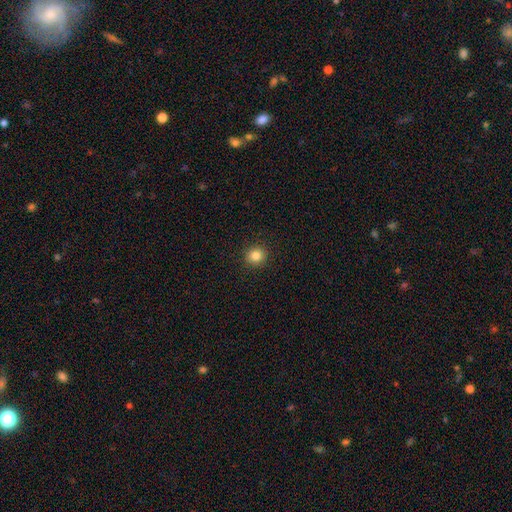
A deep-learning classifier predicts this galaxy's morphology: smooth 84%, star or artifact 11%, featured or disk 5%. Down the decision tree: how rounded — round (90%); merging — none (92%).